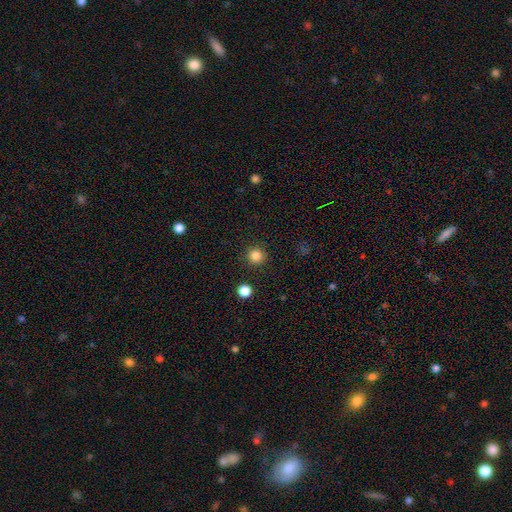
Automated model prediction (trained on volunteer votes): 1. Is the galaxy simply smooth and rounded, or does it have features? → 84% smooth, 12% star or artifact, 4% featured or disk.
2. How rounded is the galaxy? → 95% round, 4% in between, 1% cigar-shaped.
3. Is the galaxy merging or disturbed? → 92% none, 5% minor disturbance, 2% major disturbance, 2% merger.